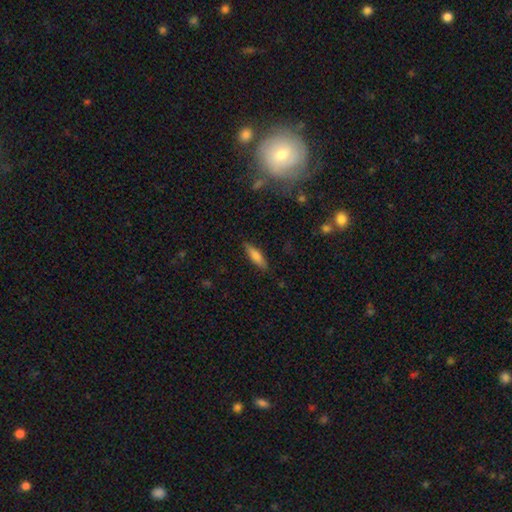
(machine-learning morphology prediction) smooth-or-featured: smooth: 74% | featured or disk: 19% | star or artifact: 7%
  how-rounded: cigar-shaped: 61% | in between: 37% | round: 2%
  merging: none: 86% | minor disturbance: 11% | major disturbance: 2% | merger: 1%